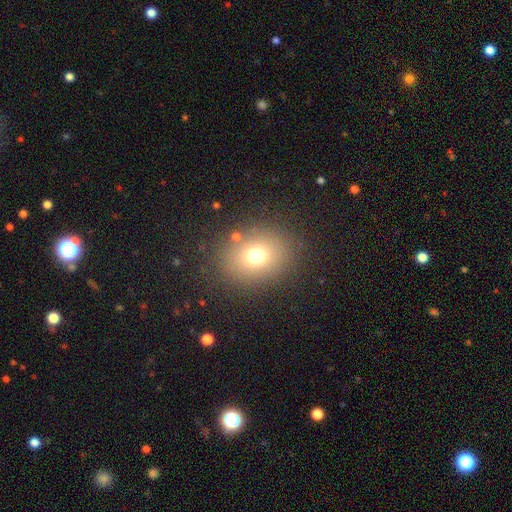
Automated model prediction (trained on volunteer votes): Smooth or featured?
  - smooth: 71% *
  - star or artifact: 17%
  - featured or disk: 12%
How rounded?
  - round: 59% *
  - in between: 41%
  - cigar-shaped: 1%
Merging?
  - none: 83% *
  - minor disturbance: 9%
  - major disturbance: 5%
  - merger: 3%